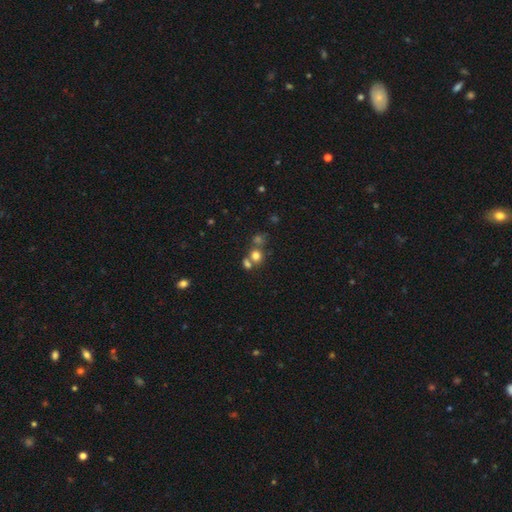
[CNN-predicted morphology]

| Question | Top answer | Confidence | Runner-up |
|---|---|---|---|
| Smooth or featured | smooth | 70% | star or artifact (19%) |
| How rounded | round | 79% | in between (20%) |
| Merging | none | 51% | merger (37%) |